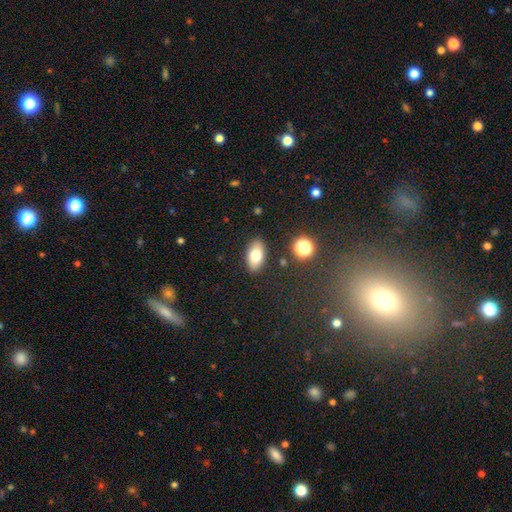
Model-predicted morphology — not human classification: Q: Smooth or featured?
A: smooth (76%); runner-up: featured or disk (15%)
Q: How rounded?
A: in between (91%); runner-up: round (5%)
Q: Merging?
A: none (87%); runner-up: minor disturbance (9%)